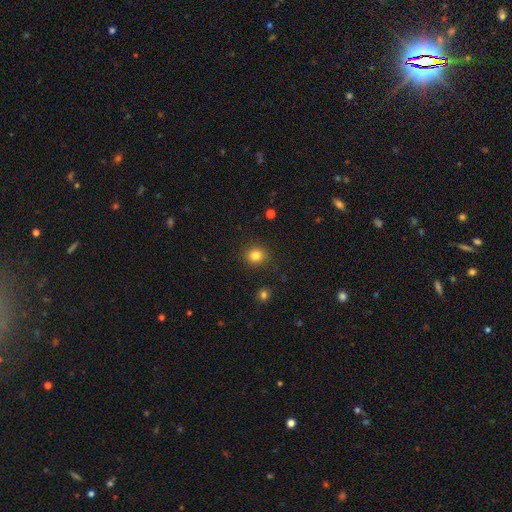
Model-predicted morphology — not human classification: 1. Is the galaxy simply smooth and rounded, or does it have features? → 82% smooth, 12% star or artifact, 5% featured or disk.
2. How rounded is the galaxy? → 83% round, 16% in between, 1% cigar-shaped.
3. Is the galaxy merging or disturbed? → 89% none, 7% minor disturbance, 2% major disturbance, 1% merger.